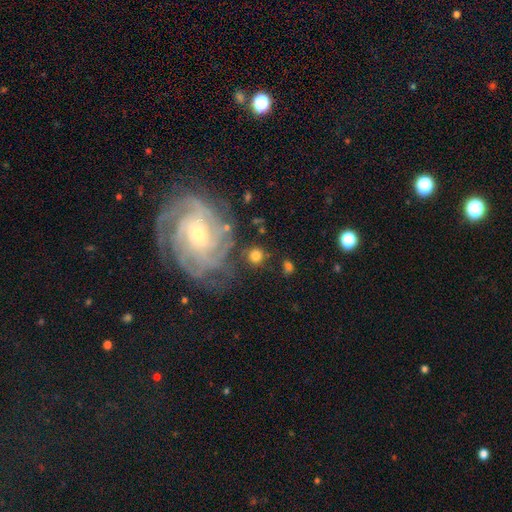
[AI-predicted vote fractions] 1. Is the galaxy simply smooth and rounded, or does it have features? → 63% smooth, 26% featured or disk, 10% star or artifact.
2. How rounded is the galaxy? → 87% round, 11% in between, 1% cigar-shaped.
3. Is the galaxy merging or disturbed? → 76% none, 11% minor disturbance, 7% major disturbance, 6% merger.